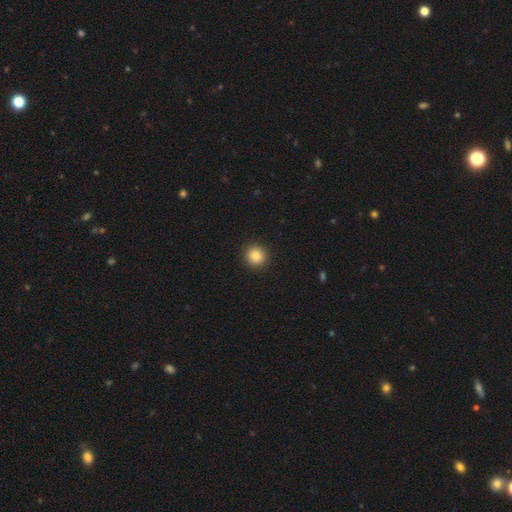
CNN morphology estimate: smooth-or-featured: smooth: 85% | star or artifact: 10% | featured or disk: 5%
  how-rounded: round: 94% | in between: 5% | cigar-shaped: 1%
  merging: none: 93% | minor disturbance: 5% | major disturbance: 2% | merger: 1%